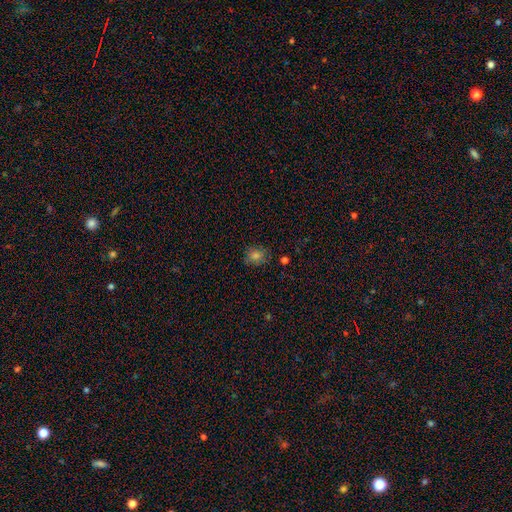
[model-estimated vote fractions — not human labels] smooth_or_featured: smooth (p=0.73) [alt: star or artifact p=0.19]
how_rounded: round (p=0.79) [alt: in between p=0.20]
merging: none (p=0.81) [alt: minor disturbance p=0.13]